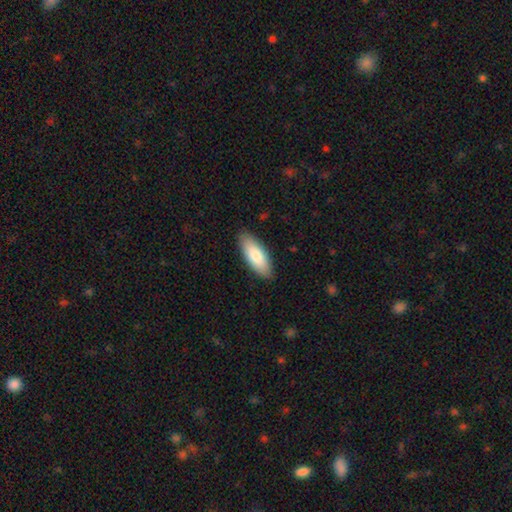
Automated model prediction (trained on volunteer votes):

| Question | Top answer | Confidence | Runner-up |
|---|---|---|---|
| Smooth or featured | smooth | 82% | featured or disk (13%) |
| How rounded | in between | 74% | cigar-shaped (24%) |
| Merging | none | 87% | minor disturbance (10%) |